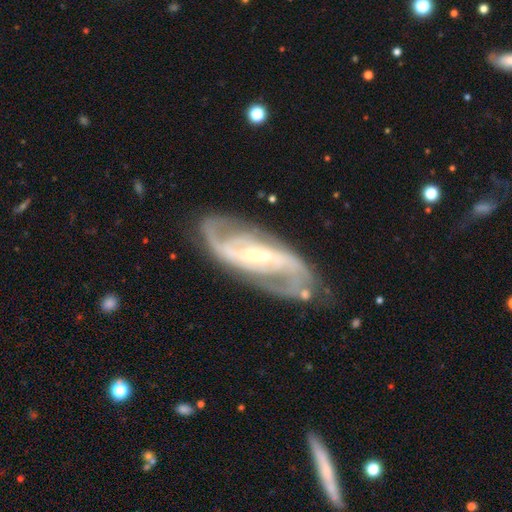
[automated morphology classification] This appears to be a featured or disk galaxy (90%) with a strong bar (49%), 2 (85%) medium (49%) spiral arms (97%) and a small central bulge (72%). Merging: none (73%).